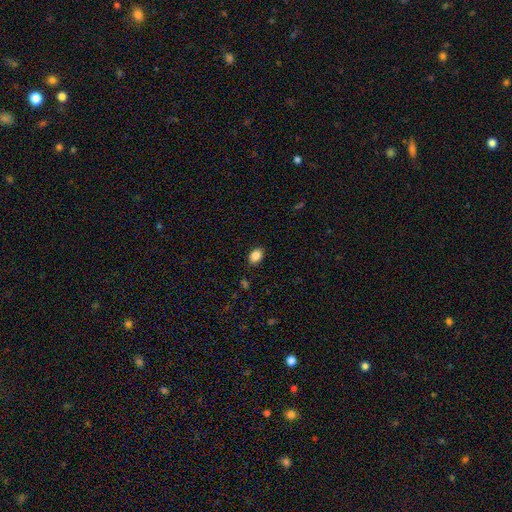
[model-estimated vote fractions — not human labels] Smooth or featured? Predicted: smooth (p=0.87). How rounded? Predicted: in between (p=0.78). Merging? Predicted: none (p=0.87).